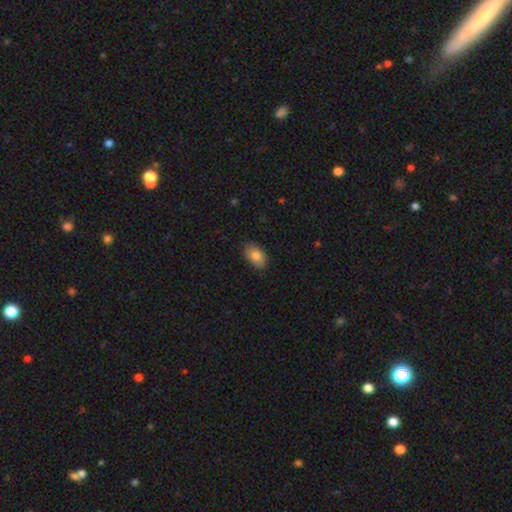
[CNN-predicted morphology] smooth_or_featured: smooth (p=0.83) [alt: featured or disk p=0.10]
how_rounded: in between (p=0.89) [alt: round p=0.10]
merging: none (p=0.79) [alt: minor disturbance p=0.17]